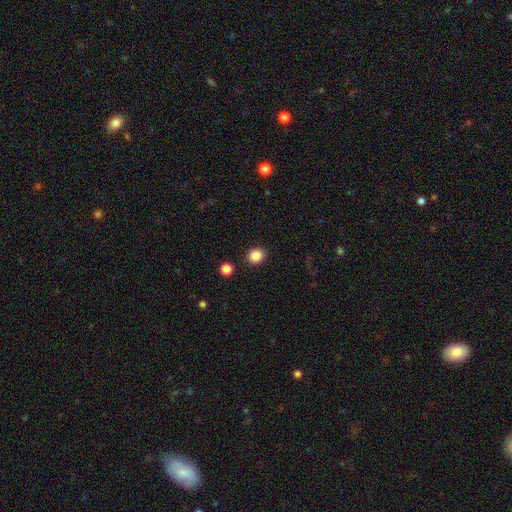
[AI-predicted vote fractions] Morphology: type=smooth (85%); roundness=round (78%); merging=none (89%).